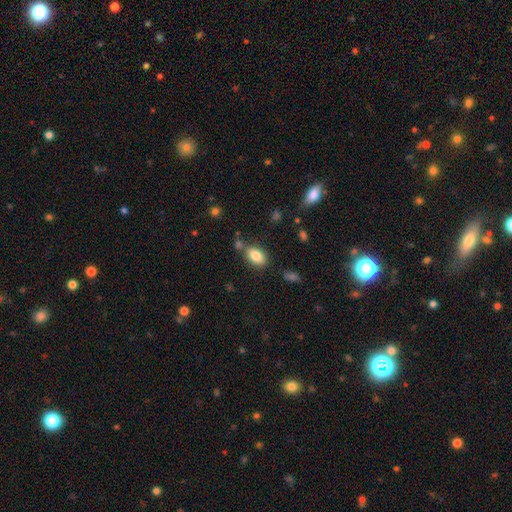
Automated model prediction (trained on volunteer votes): Smooth or featured: smooth — 84% (star or artifact — 8%)
How rounded: in between — 90% (round — 8%)
Merging: none — 73% (minor disturbance — 13%)